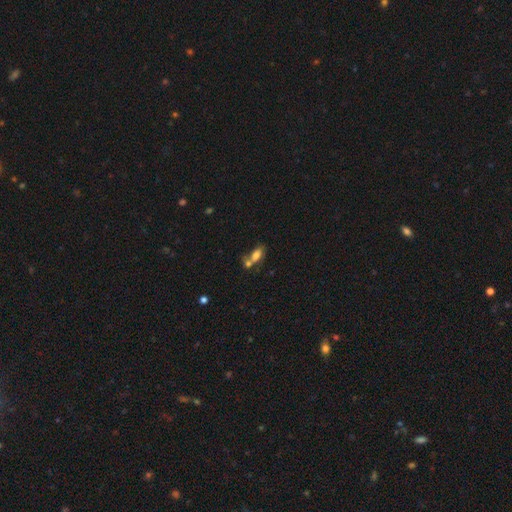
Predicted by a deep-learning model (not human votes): Smooth or featured: smooth — 71% (featured or disk — 17%)
How rounded: in between — 83% (cigar-shaped — 11%)
Merging: merger — 48% (none — 33%)